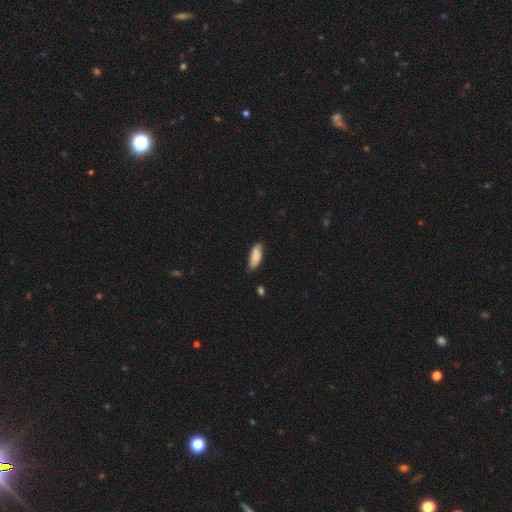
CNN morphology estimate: smooth-or-featured: smooth: 77% | featured or disk: 16% | star or artifact: 7%
  how-rounded: in between: 75% | cigar-shaped: 23% | round: 2%
  merging: none: 68% | minor disturbance: 24% | major disturbance: 4% | merger: 4%